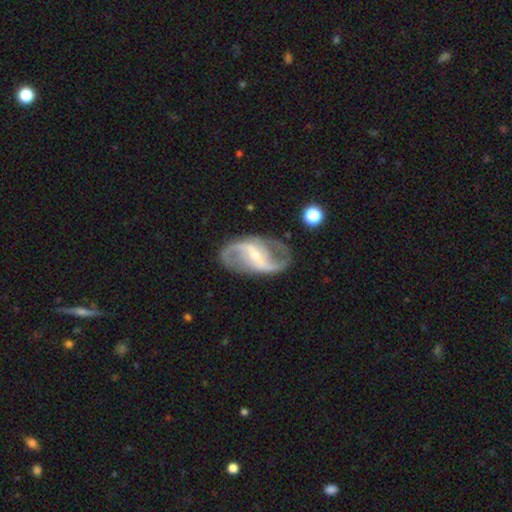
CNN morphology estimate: This appears to be a featured or disk galaxy (90%) with a strong bar (43%), 2 (92%) loose (49%) spiral arms (96%) and a small central bulge (63%). Merging: none (77%).